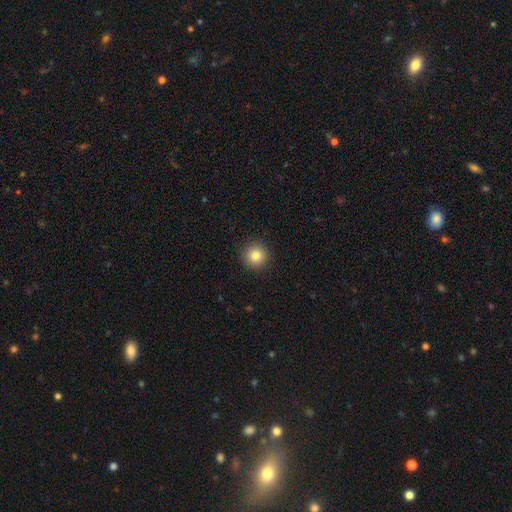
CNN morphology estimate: smooth 82%, star or artifact 11%, featured or disk 7%. Down the decision tree: how rounded — round (95%); merging — none (93%).